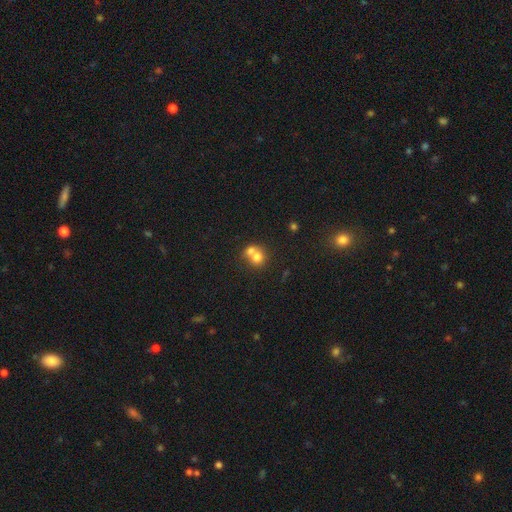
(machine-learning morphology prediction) A smooth galaxy with no disk features (71%) that is round (78%).

Vote fractions:
- Smooth or featured? smooth: 71% / featured or disk: 18% / star or artifact: 11%
- How rounded? round: 78% / in between: 21% / cigar-shaped: 1%
- Merging? merger: 62% / none: 29% / minor disturbance: 6% / major disturbance: 3%